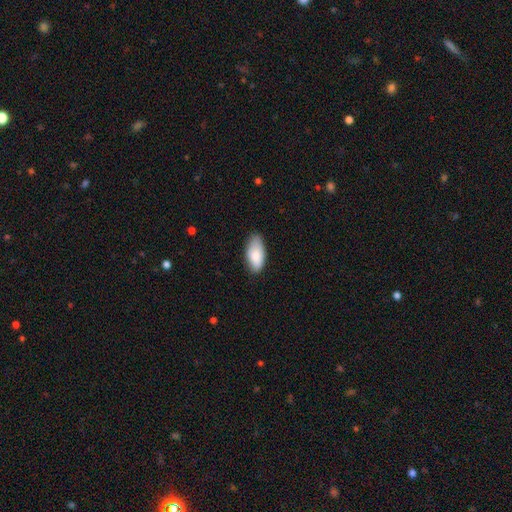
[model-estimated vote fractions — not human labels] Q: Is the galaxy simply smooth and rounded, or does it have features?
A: smooth — 85%.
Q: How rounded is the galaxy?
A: in between — 92%.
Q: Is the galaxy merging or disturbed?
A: none — 71%.